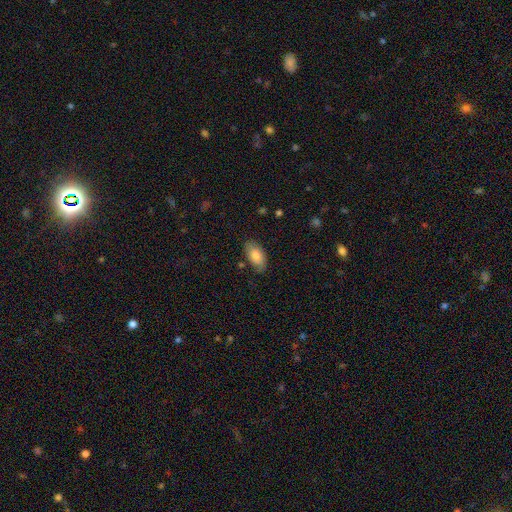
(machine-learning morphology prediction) A smooth galaxy with no disk features (77%) that is in between round and cigar-shaped (94%).

Vote fractions:
- Smooth or featured? smooth: 77% / featured or disk: 17% / star or artifact: 6%
- How rounded? in between: 94% / round: 3% / cigar-shaped: 3%
- Merging? none: 77% / minor disturbance: 18% / major disturbance: 4% / merger: 2%